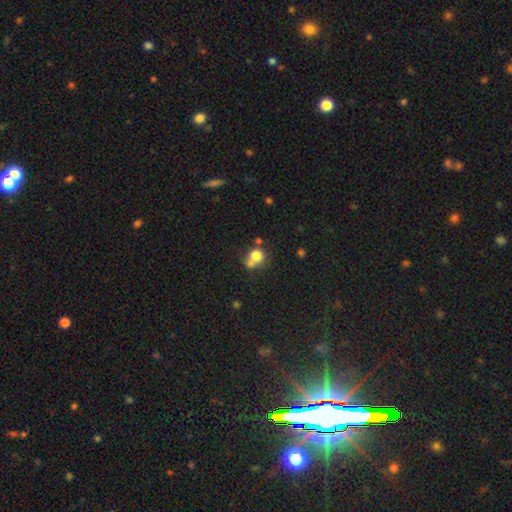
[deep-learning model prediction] This appears to be a smooth galaxy with no disk features (76%) that is round (79%). Merging: merger (46%).